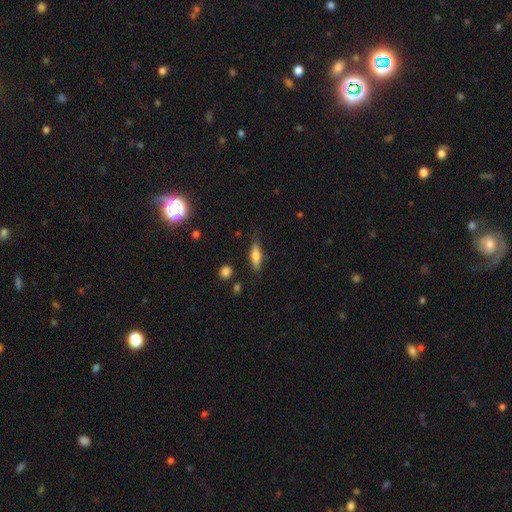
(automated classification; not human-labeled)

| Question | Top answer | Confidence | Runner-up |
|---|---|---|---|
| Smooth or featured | smooth | 60% | featured or disk (33%) |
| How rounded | cigar-shaped | 57% | in between (40%) |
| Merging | none | 79% | minor disturbance (15%) |